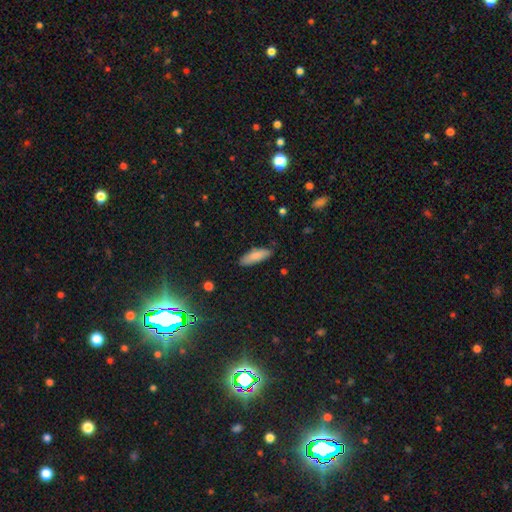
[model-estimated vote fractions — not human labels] The model was most divided on "how rounded": cigar-shaped: 50%, in between: 48%, round: 2%. More confident: merging — none (84%); smooth or featured — smooth (81%).